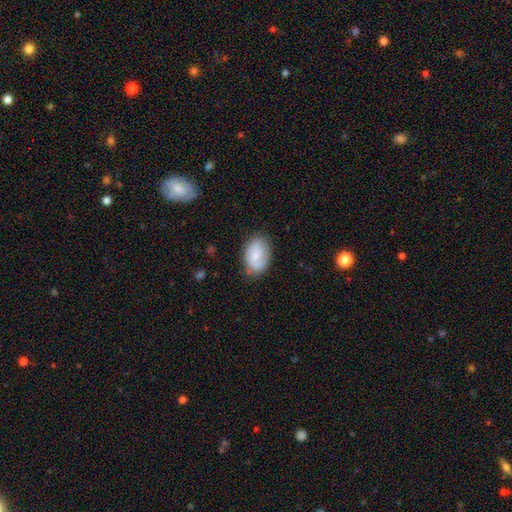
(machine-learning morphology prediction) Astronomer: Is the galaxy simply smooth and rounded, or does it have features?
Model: smooth — 56% (runner-up: featured or disk, 38%).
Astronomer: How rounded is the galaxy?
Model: in between — 85%.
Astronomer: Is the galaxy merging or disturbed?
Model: none — 72%.